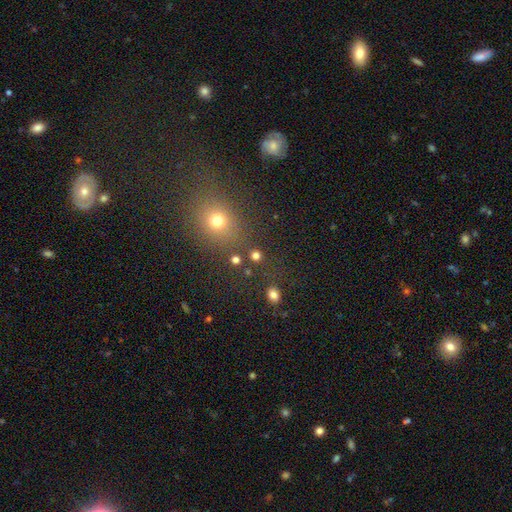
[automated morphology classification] type=smooth (75%); roundness=round (86%); merging=none (81%).